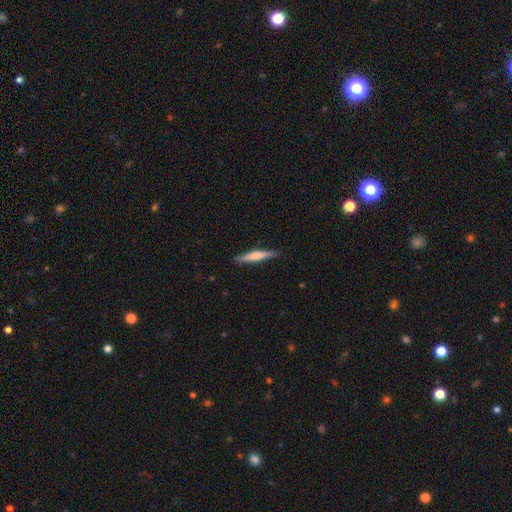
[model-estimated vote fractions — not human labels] smooth_or_featured: smooth (p=0.54) [alt: featured or disk p=0.40]
how_rounded: cigar-shaped (p=0.92) [alt: in between p=0.07]
merging: none (p=0.88) [alt: minor disturbance p=0.09]